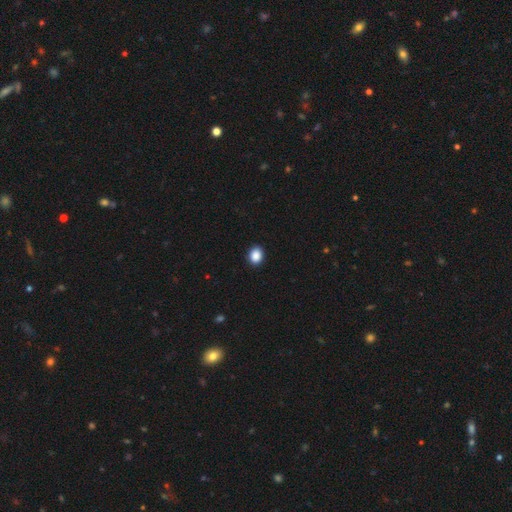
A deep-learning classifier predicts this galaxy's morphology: This appears to be a smooth galaxy with no disk features (89%) that is in between round and cigar-shaped (53%). Merging: none (91%).